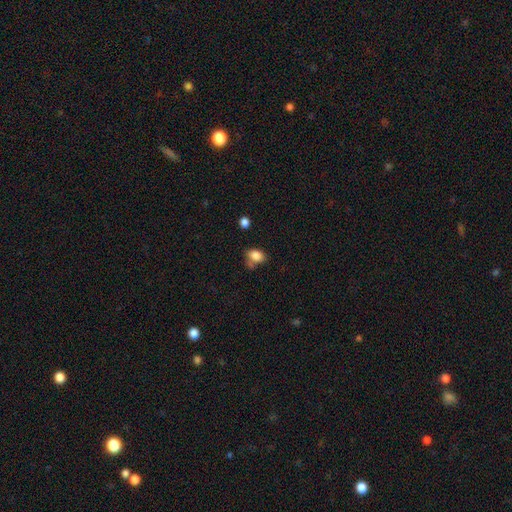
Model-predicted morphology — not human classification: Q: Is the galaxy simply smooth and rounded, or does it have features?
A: smooth — 83%.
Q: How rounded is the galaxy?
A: in between — 78%.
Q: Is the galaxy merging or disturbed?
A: none — 54%.